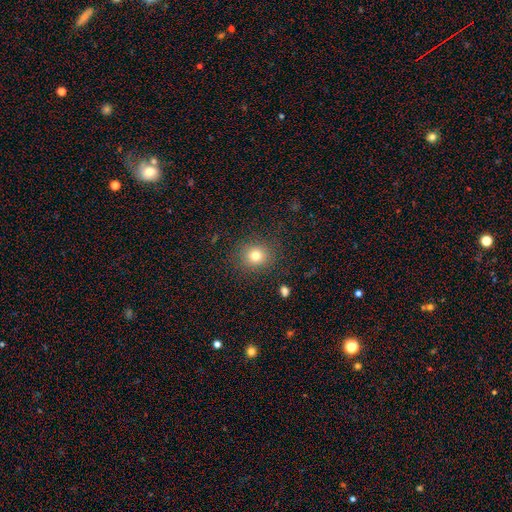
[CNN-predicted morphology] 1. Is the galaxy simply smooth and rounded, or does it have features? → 78% smooth, 14% star or artifact, 9% featured or disk.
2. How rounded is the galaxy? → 83% round, 16% in between, 1% cigar-shaped.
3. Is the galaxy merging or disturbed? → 87% none, 8% minor disturbance, 4% major disturbance, 1% merger.